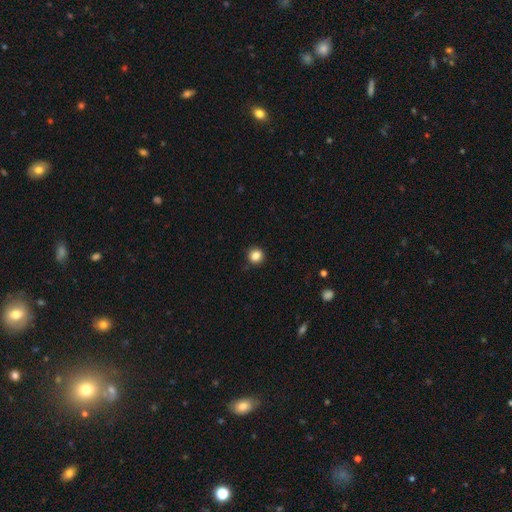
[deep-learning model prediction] This is clearly a smooth galaxy (85%). How rounded: clearly round (93%). Merging: clearly none (91%).